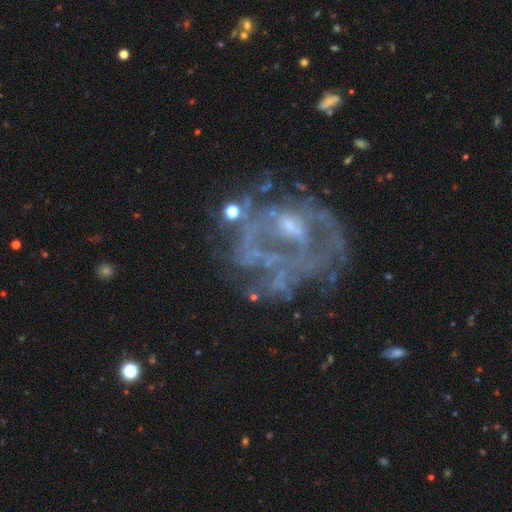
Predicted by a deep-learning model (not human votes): This is likely a featured or disk galaxy (74%). It is clearly not viewed edge-on (98%). Bar: likely no (66%). Spiral arm pattern: possibly no (59%). Central bulge: marginally none (39%). Merging: marginally none (41%).